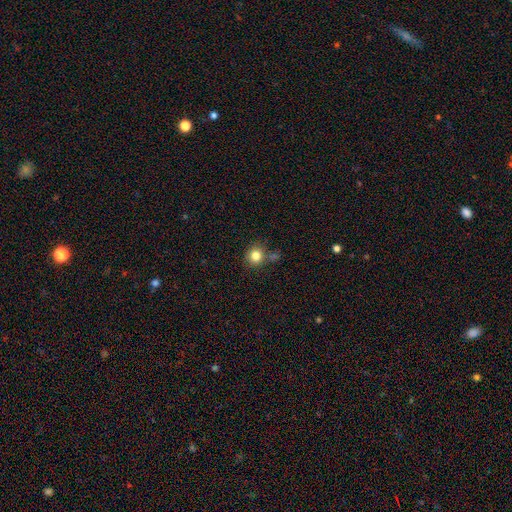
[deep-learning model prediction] smooth-or-featured: smooth: 83% | star or artifact: 11% | featured or disk: 6%
  how-rounded: round: 87% | in between: 12% | cigar-shaped: 1%
  merging: none: 72% | merger: 12% | minor disturbance: 12% | major disturbance: 4%